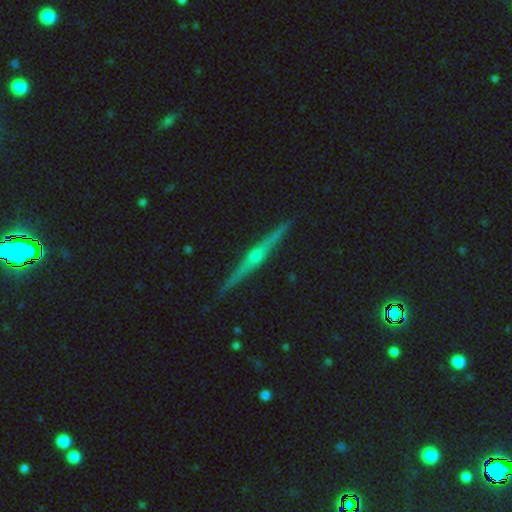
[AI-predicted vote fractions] Morphology: type=featured or disk (82%); edge-on=yes (98%); edge-on bulge=rounded (83%); merging=none (92%).